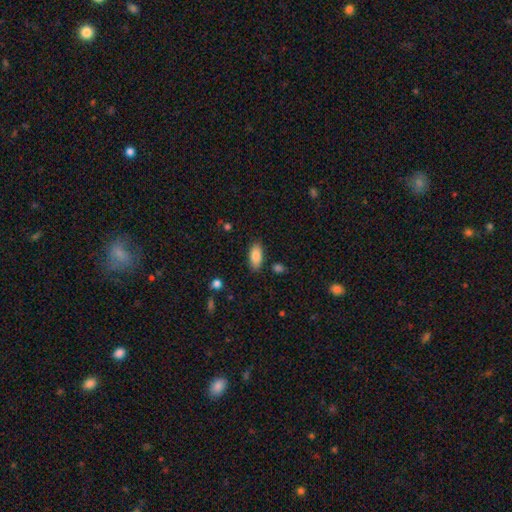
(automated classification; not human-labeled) Overall: smooth (85%). How rounded: in between (90%). Merging: none (84%).